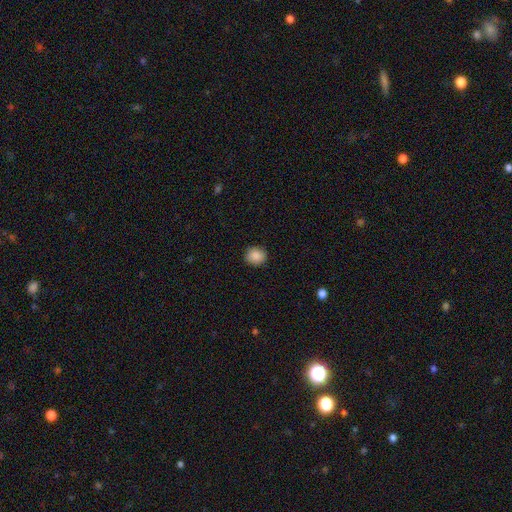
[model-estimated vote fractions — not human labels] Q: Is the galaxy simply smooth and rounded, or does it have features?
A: smooth — 88%.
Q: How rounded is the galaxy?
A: round — 83%.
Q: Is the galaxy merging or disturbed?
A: none — 89%.